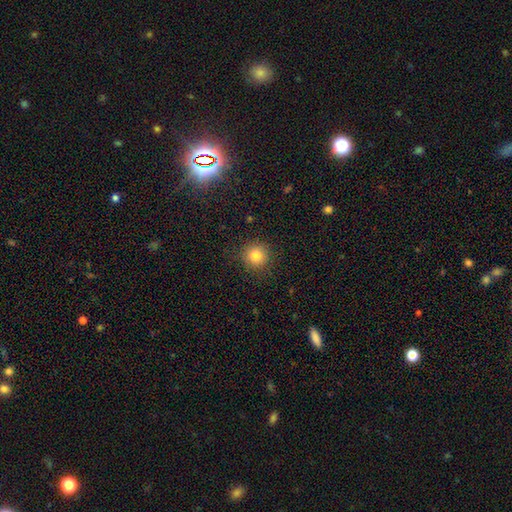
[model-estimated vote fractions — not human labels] A smooth galaxy with no disk features (83%) that is round (94%).

Vote fractions:
- Smooth or featured? smooth: 83% / star or artifact: 12% / featured or disk: 6%
- How rounded? round: 94% / in between: 5% / cigar-shaped: 1%
- Merging? none: 90% / minor disturbance: 7% / major disturbance: 2% / merger: 1%